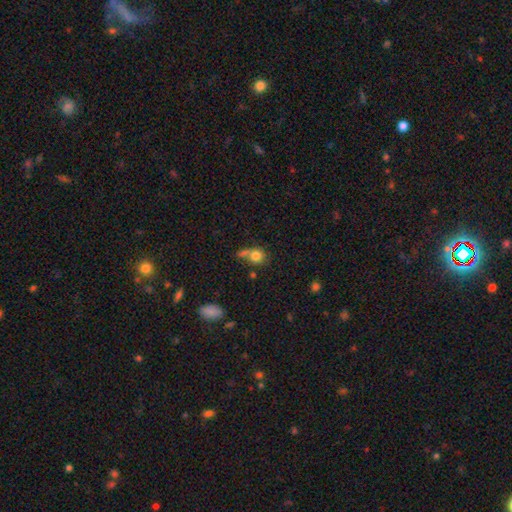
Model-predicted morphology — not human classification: A smooth galaxy with no disk features (79%) that is round (77%). Merging: none (42%).